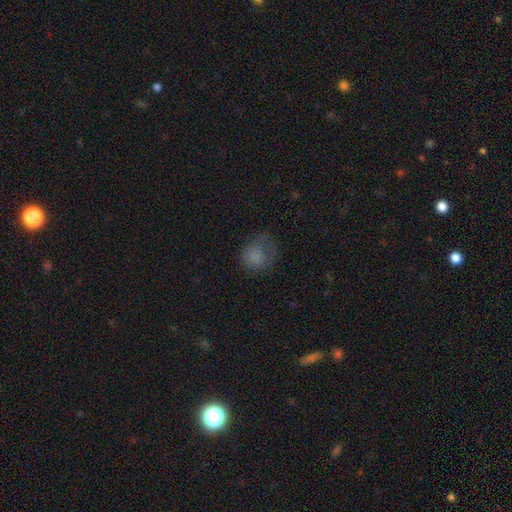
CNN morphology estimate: The model was most divided on "merging": none: 46%, minor disturbance: 27%, major disturbance: 25%, merger: 2%. More confident: smooth or featured — smooth (76%); how rounded — round (71%).